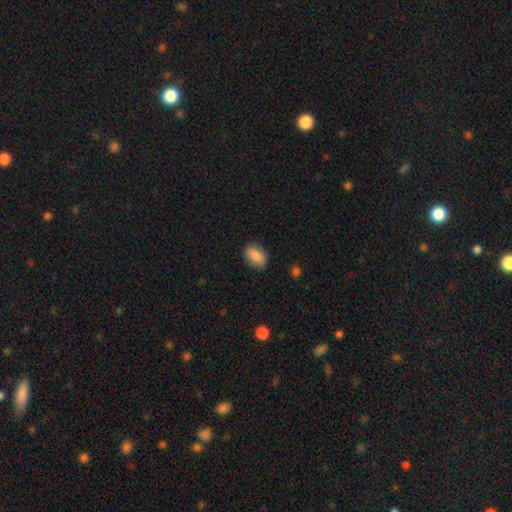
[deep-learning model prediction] This is clearly a smooth galaxy (84%). How rounded: likely in between (79%). Merging: clearly none (83%).